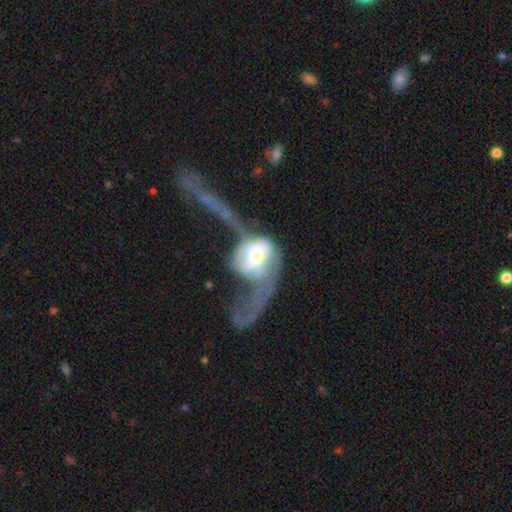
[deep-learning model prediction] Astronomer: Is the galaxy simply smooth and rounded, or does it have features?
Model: featured or disk — 63%.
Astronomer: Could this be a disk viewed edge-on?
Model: no — 84%.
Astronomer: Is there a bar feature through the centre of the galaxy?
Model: no — 70%.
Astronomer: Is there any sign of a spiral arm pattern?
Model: no — 51% (runner-up: yes, 49%).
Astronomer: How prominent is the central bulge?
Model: moderate — 41% (runner-up: large, 30%).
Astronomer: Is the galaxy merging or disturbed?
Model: major disturbance — 59%.